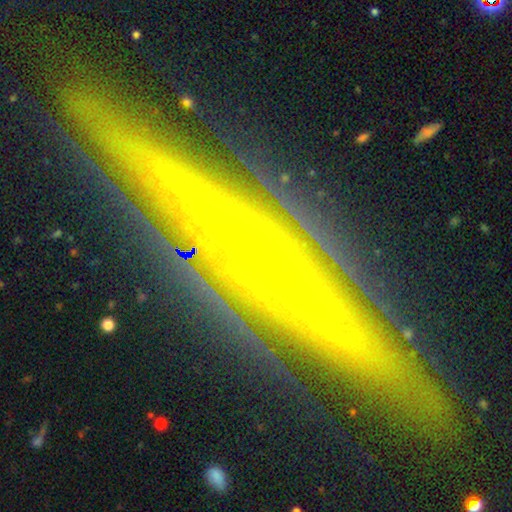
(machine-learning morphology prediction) Smooth or featured?
  - featured or disk: 77% *
  - star or artifact: 13%
  - smooth: 10%
Edge-on disk?
  - yes: 59% *
  - no: 41%
Merging?
  - none: 78% *
  - minor disturbance: 13%
  - major disturbance: 6%
  - merger: 2%